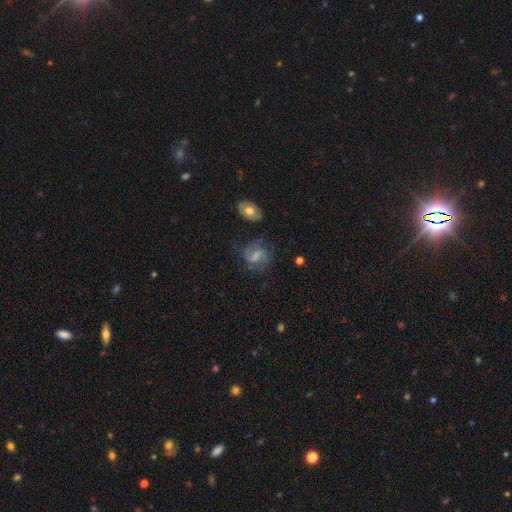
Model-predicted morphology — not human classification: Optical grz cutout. It shows a featured or disk galaxy (66%) with a weak bar (52%), 2 (81%) medium (50%) spiral arms (88%) and a small central bulge (34%). Merging: none (61%).